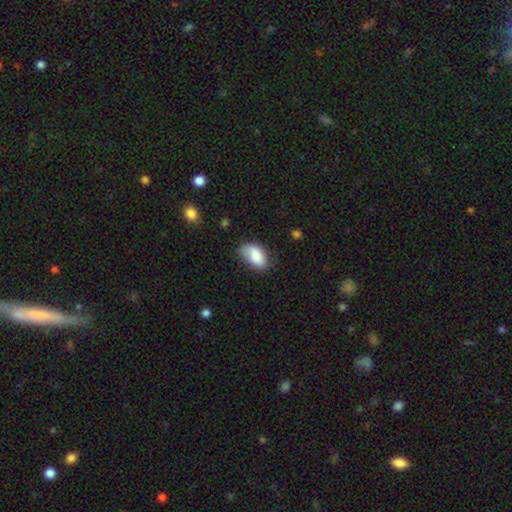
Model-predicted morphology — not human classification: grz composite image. It shows a smooth galaxy with no disk features (83%) that is in between round and cigar-shaped (93%). Merging: none (59%).